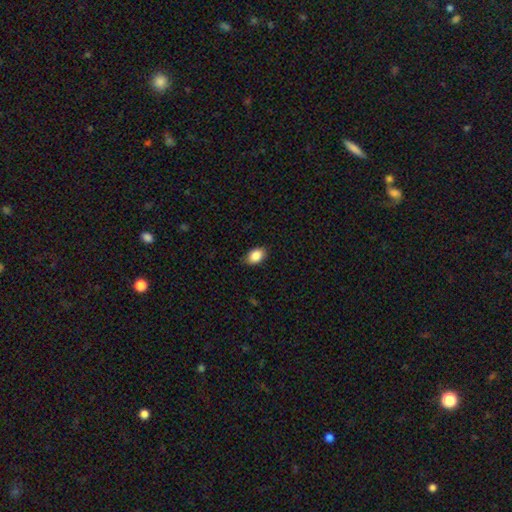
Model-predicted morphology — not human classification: smooth-or-featured: smooth: 88% | star or artifact: 7% | featured or disk: 5%
  how-rounded: in between: 87% | round: 12% | cigar-shaped: 1%
  merging: none: 86% | minor disturbance: 11% | major disturbance: 2% | merger: 1%